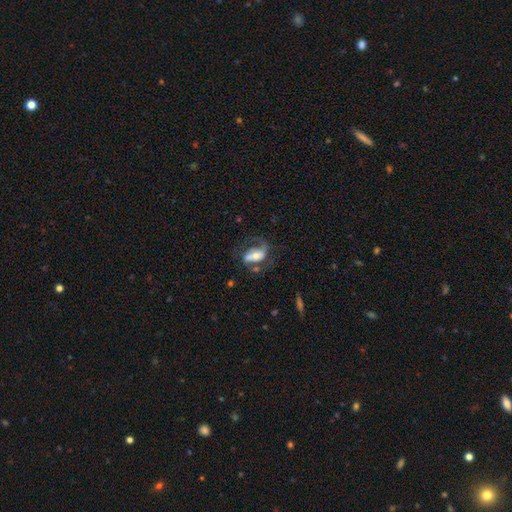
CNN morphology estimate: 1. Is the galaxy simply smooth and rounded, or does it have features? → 67% featured or disk, 26% smooth, 7% star or artifact.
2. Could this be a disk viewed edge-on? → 94% no, 6% yes.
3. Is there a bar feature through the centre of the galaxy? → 36% strong, 34% no, 30% weak.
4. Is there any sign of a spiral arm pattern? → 85% yes, 15% no.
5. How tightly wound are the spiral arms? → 44% medium, 40% loose, 17% tight.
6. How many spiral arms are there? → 71% 2, 20% 1, 7% can't tell, 1% 3, 1% 4, 1% more than 4.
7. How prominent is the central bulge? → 55% moderate, 30% small, 11% large, 3% none, 2% dominant.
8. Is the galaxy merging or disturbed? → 47% none, 27% major disturbance, 20% minor disturbance, 7% merger.